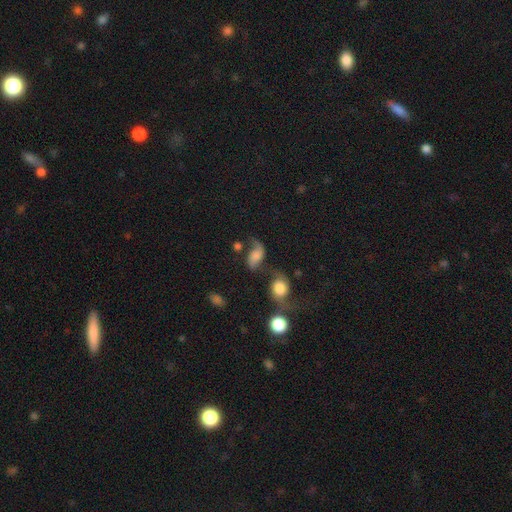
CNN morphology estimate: type=featured or disk (58%); edge-on=no (96%); bar=no (60%); spiral arms=yes (91%); winding=loose (80%); arm count=2 (84%); bulge=none (35%); merging=none (41%).